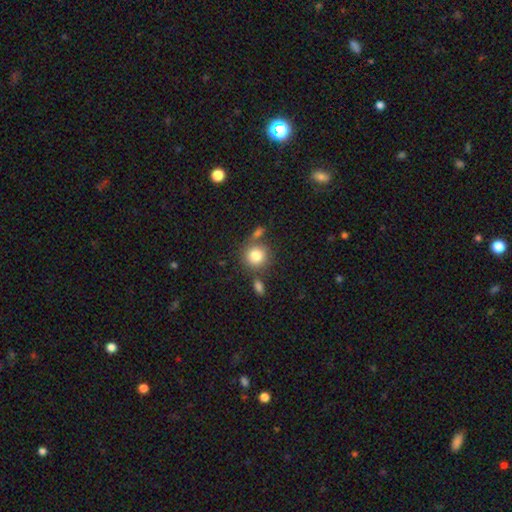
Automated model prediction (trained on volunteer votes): Overall: smooth (81%). How rounded: round (88%). Merging: none (64%).